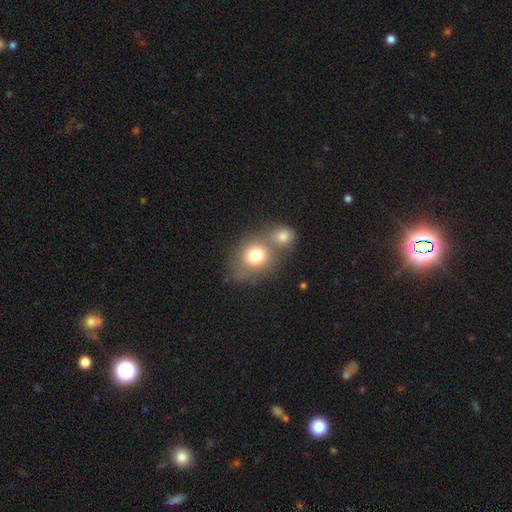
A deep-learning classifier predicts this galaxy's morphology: Smooth or featured? Predicted: smooth (p=0.75). How rounded? Predicted: round (p=0.66). Merging? Predicted: merger (p=0.52).